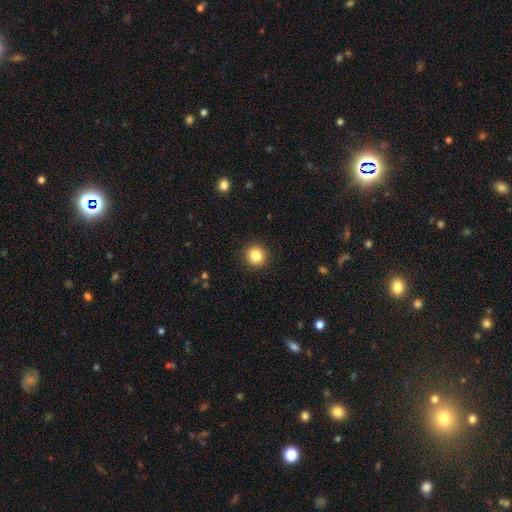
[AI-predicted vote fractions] Smooth or featured: smooth — 84% (star or artifact — 11%)
How rounded: round — 92% (in between — 7%)
Merging: none — 92% (minor disturbance — 5%)